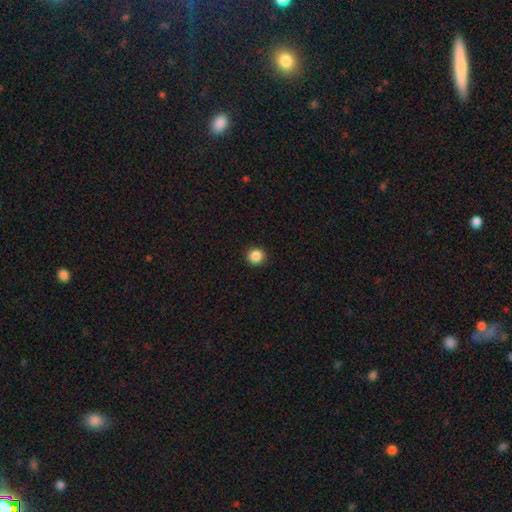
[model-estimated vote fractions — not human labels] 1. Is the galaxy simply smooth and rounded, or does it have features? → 87% smooth, 10% star or artifact, 3% featured or disk.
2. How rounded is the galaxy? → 91% round, 8% in between, 1% cigar-shaped.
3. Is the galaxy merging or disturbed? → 92% none, 6% minor disturbance, 2% major disturbance, 1% merger.